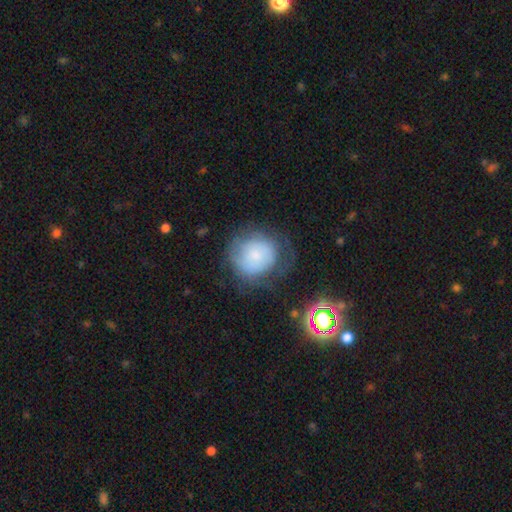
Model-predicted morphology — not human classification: smooth-or-featured: smooth: 60% | featured or disk: 30% | star or artifact: 10%
  how-rounded: round: 85% | in between: 14% | cigar-shaped: 1%
  merging: none: 54% | minor disturbance: 24% | major disturbance: 19% | merger: 3%